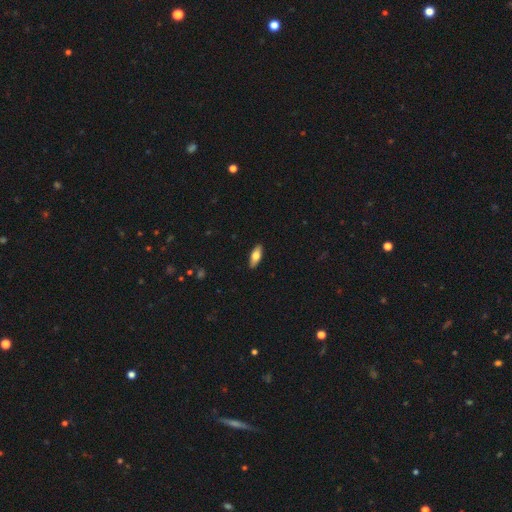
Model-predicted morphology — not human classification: Q: Smooth or featured?
A: smooth (71%); runner-up: featured or disk (23%)
Q: How rounded?
A: in between (76%); runner-up: cigar-shaped (21%)
Q: Merging?
A: none (89%); runner-up: minor disturbance (8%)